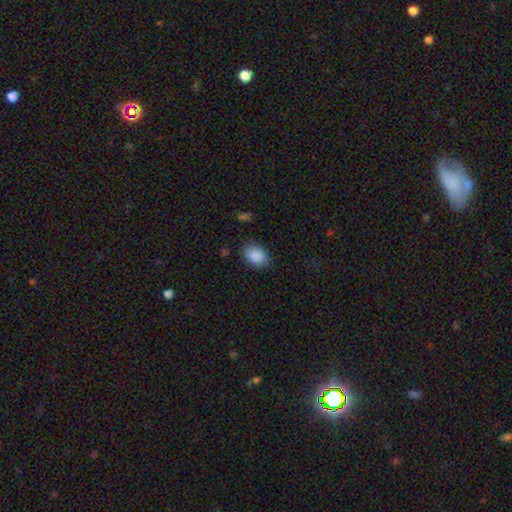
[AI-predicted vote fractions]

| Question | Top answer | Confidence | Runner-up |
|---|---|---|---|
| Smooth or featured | smooth | 89% | star or artifact (8%) |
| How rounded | in between | 80% | round (19%) |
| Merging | none | 81% | minor disturbance (14%) |